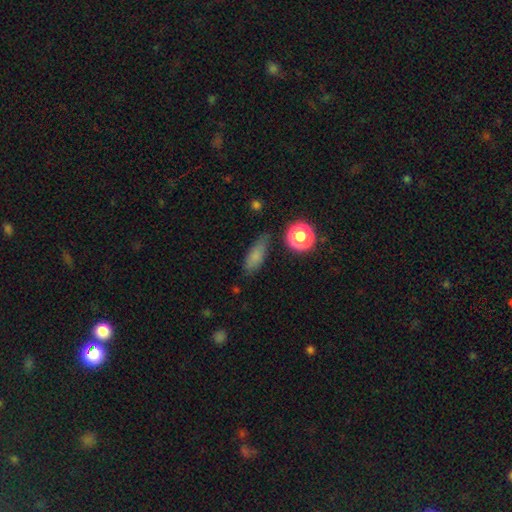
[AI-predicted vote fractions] Q: Smooth or featured?
A: smooth (78%); runner-up: star or artifact (12%)
Q: How rounded?
A: in between (57%); runner-up: cigar-shaped (35%)
Q: Merging?
A: none (71%); runner-up: minor disturbance (20%)